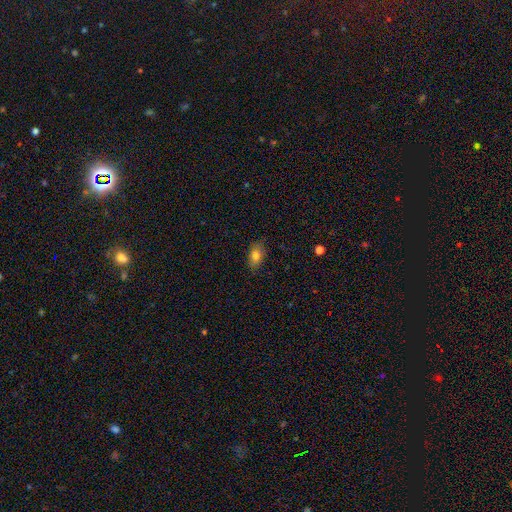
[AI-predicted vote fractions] This appears to be a smooth galaxy with no disk features (78%) that is in between round and cigar-shaped (84%). Merging: none (80%).